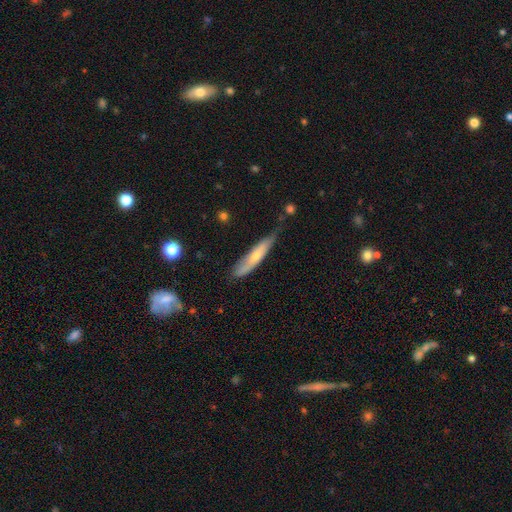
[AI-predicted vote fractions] The model was most divided on "merging": none: 55%, minor disturbance: 34%, major disturbance: 7%, merger: 3%. More confident: how rounded — cigar-shaped (85%); smooth or featured — smooth (59%).